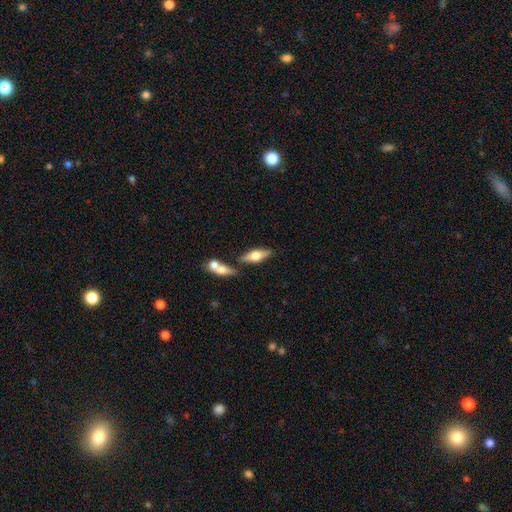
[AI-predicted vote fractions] Smooth or featured? Predicted: featured or disk (p=0.56). Edge-on disk? Predicted: yes (p=0.91). Edge-on bulge? Predicted: rounded (p=0.91). Merging? Predicted: none (p=0.68).